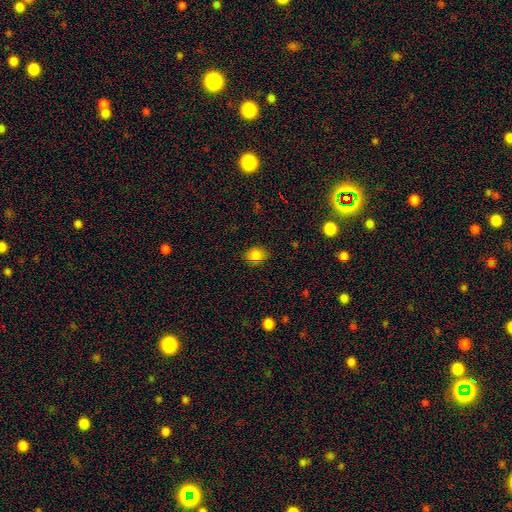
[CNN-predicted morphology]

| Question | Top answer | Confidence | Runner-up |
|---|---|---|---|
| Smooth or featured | smooth | 82% | star or artifact (12%) |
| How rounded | in between | 65% | round (34%) |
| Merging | none | 81% | minor disturbance (14%) |